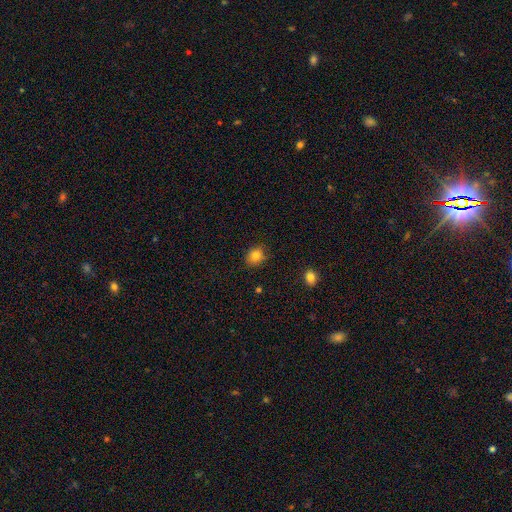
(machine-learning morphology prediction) Q: Smooth or featured?
A: smooth (82%); runner-up: star or artifact (11%)
Q: How rounded?
A: round (65%); runner-up: in between (34%)
Q: Merging?
A: none (83%); runner-up: minor disturbance (13%)